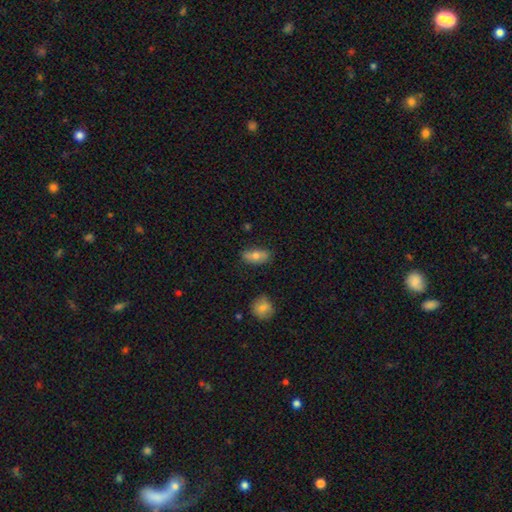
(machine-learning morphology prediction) smooth_or_featured: smooth (p=0.72) [alt: featured or disk p=0.21]
how_rounded: in between (p=0.83) [alt: cigar-shaped p=0.11]
merging: none (p=0.81) [alt: minor disturbance p=0.13]